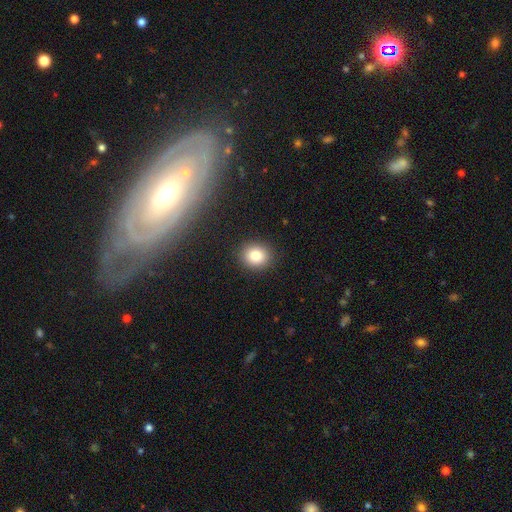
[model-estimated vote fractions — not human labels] A smooth galaxy with no disk features (83%) that is round (78%).

Vote fractions:
- Smooth or featured? smooth: 83% / star or artifact: 11% / featured or disk: 7%
- How rounded? round: 78% / in between: 21% / cigar-shaped: 1%
- Merging? none: 90% / minor disturbance: 7% / major disturbance: 2% / merger: 1%